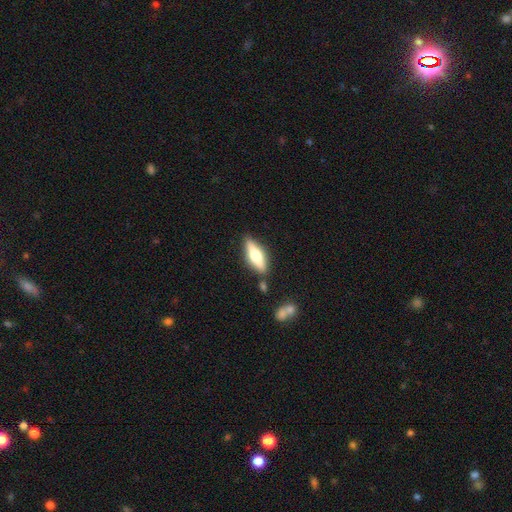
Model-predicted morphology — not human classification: Overall: featured or disk (49%; smooth 45%). Merging: none (82%).